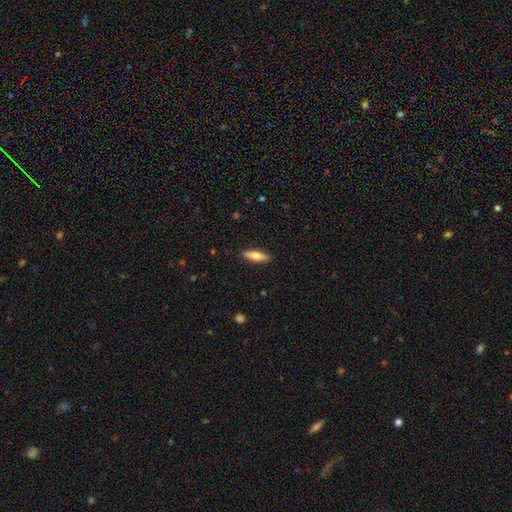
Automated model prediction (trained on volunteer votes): This appears to be a smooth galaxy with no disk features (70%) that is cigar-shaped (55%). Merging: none (89%).